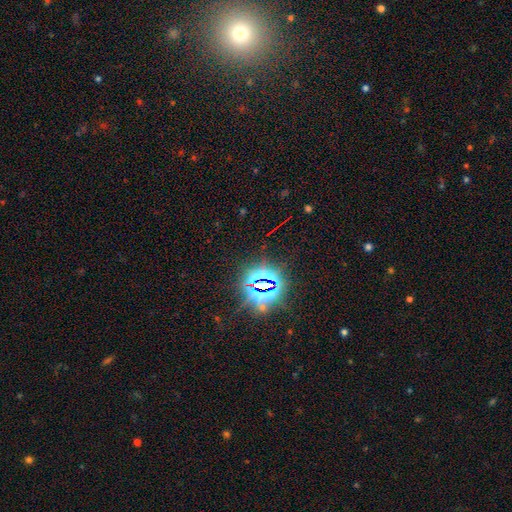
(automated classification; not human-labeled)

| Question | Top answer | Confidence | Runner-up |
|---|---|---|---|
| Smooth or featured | star or artifact | 78% | smooth (14%) |